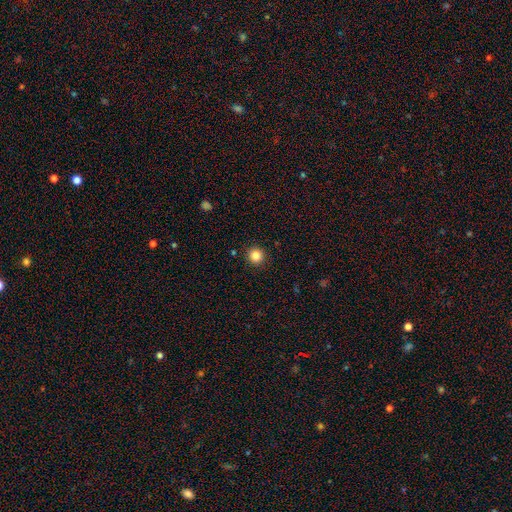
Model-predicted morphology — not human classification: type=smooth (85%); roundness=round (94%); merging=none (92%).